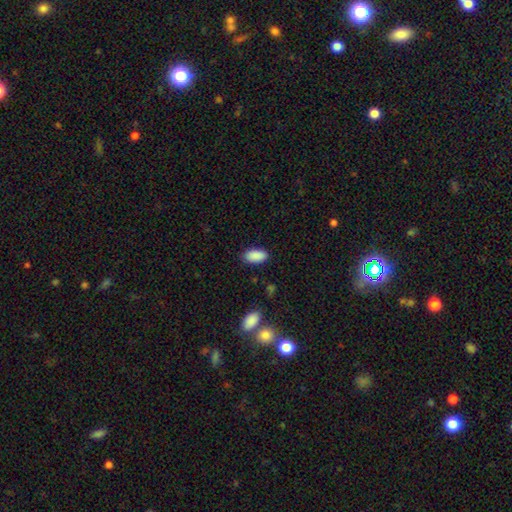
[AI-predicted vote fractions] Smooth or featured? smooth (90%)
How rounded? in between (94%)
Merging? none (86%)